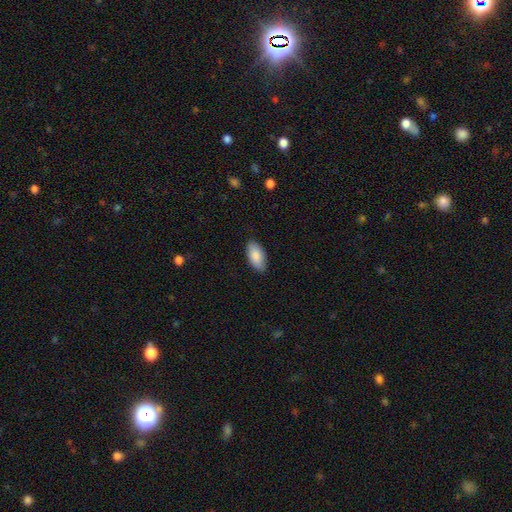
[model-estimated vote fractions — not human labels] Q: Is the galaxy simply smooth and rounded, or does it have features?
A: smooth — 87%.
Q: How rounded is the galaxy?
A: in between — 93%.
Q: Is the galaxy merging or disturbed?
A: none — 86%.